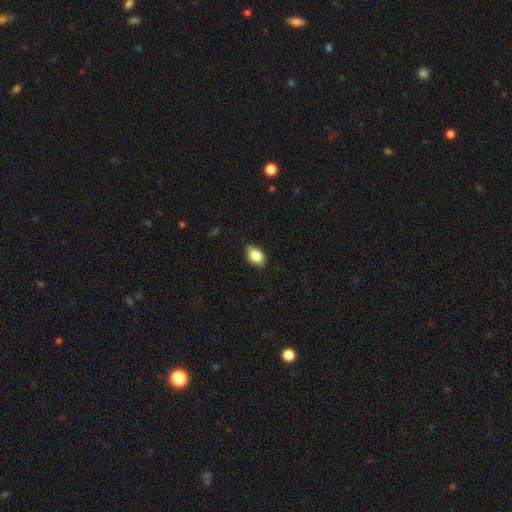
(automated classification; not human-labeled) A smooth galaxy with no disk features (83%) that is in between round and cigar-shaped (83%).

Vote fractions:
- Smooth or featured? smooth: 83% / featured or disk: 9% / star or artifact: 8%
- How rounded? in between: 83% / round: 16% / cigar-shaped: 2%
- Merging? none: 77% / minor disturbance: 19% / major disturbance: 3% / merger: 1%